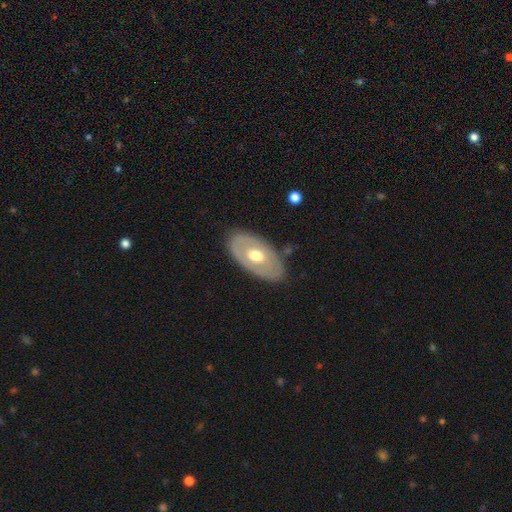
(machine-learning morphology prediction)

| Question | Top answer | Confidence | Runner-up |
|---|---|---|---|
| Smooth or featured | featured or disk | 54% | smooth (41%) |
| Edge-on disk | no | 86% | yes (14%) |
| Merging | none | 82% | minor disturbance (13%) |